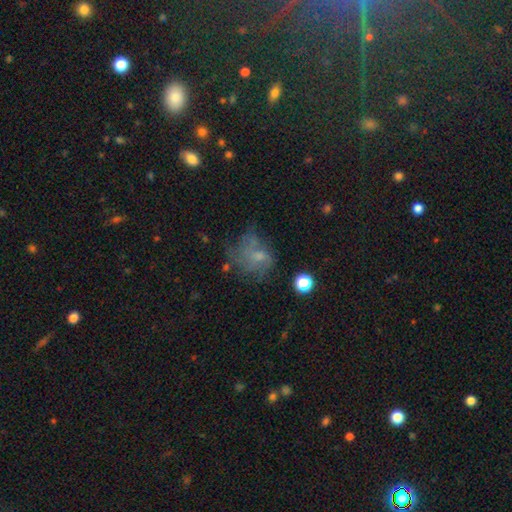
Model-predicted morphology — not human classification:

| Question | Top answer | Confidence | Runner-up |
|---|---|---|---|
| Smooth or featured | smooth | 42% | featured or disk (41%) |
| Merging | none | 41% | major disturbance (31%) |